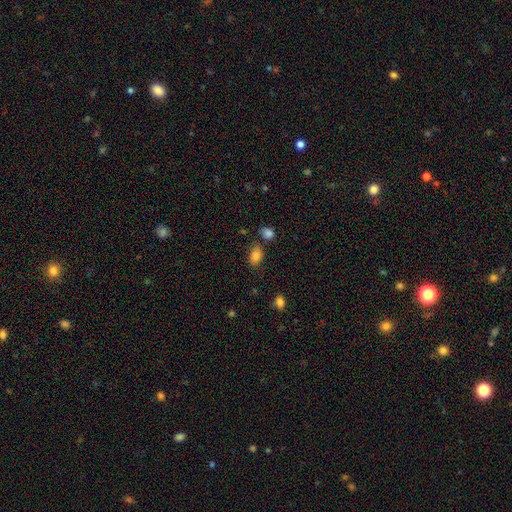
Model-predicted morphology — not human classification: A smooth galaxy with no disk features (84%) that is in between round and cigar-shaped (84%).

Vote fractions:
- Smooth or featured? smooth: 84% / star or artifact: 10% / featured or disk: 6%
- How rounded? in between: 84% / round: 15% / cigar-shaped: 1%
- Merging? none: 74% / minor disturbance: 14% / merger: 8% / major disturbance: 4%